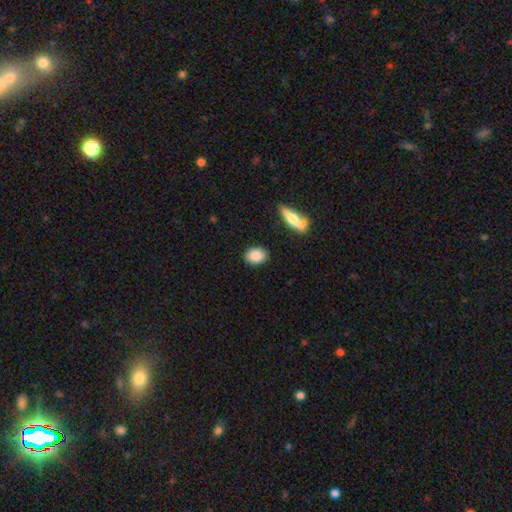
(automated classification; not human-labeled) This appears to be a smooth galaxy with no disk features (87%) that is in between round and cigar-shaped (64%). Merging: none (87%).